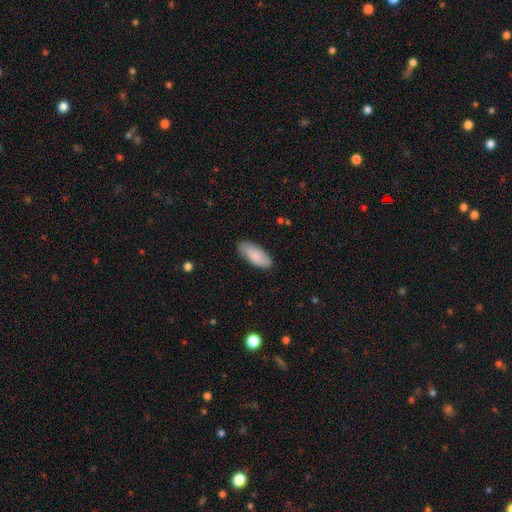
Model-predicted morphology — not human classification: This is clearly a smooth galaxy (85%). How rounded: clearly in between (83%). Merging: clearly none (81%).